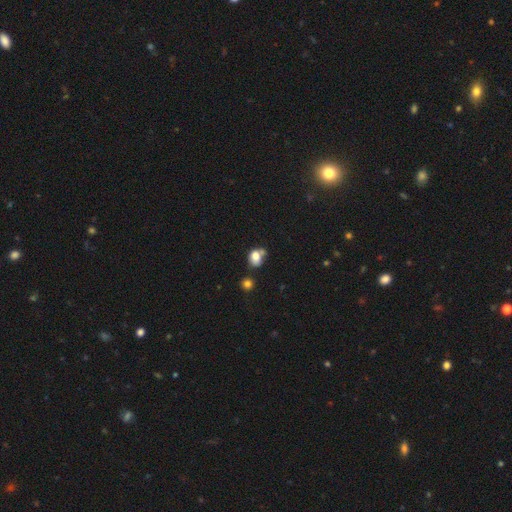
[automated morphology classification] This appears to be a smooth galaxy with no disk features (78%) that is in between round and cigar-shaped (54%). Merging: none (42%).